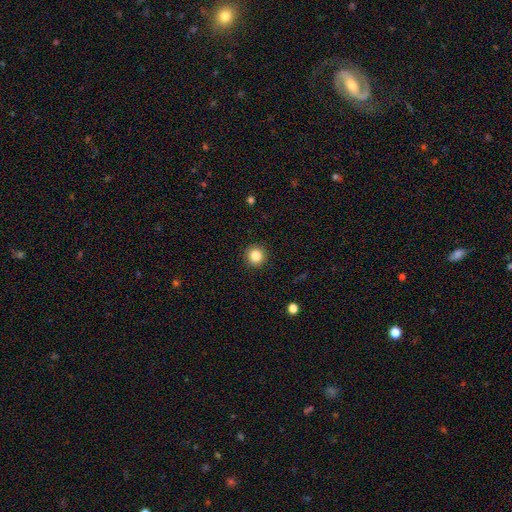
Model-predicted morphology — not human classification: This is clearly a smooth galaxy (85%). How rounded: clearly round (95%). Merging: clearly none (92%).